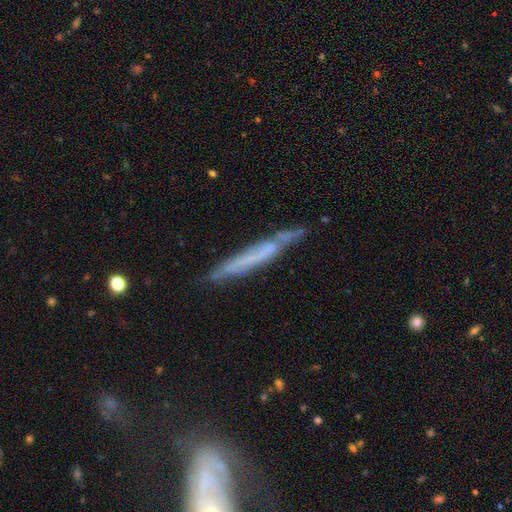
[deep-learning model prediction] Overall: featured or disk (54%; smooth 38%). Edge-on disk: yes (83%). Merging: none (66%).